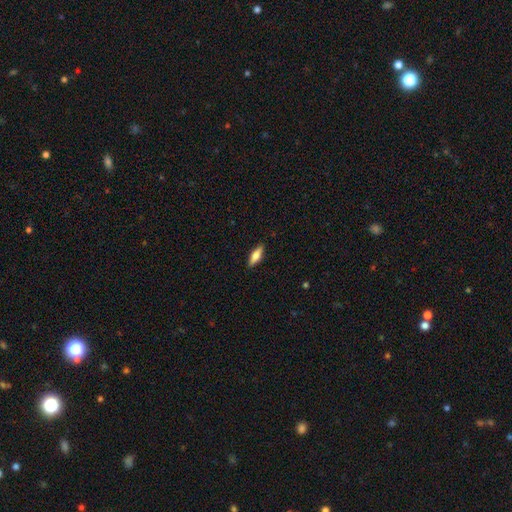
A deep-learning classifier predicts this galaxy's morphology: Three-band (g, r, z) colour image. It shows a smooth galaxy with no disk features (65%) that is in between round and cigar-shaped (53%). Merging: none (89%).